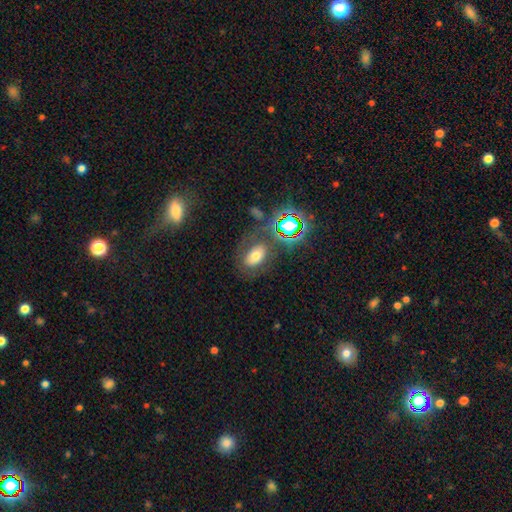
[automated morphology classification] Smooth or featured?
  - smooth: 55% *
  - featured or disk: 25%
  - star or artifact: 19%
How rounded?
  - in between: 83% *
  - round: 15%
  - cigar-shaped: 2%
Merging?
  - none: 64% *
  - minor disturbance: 16%
  - major disturbance: 13%
  - merger: 8%